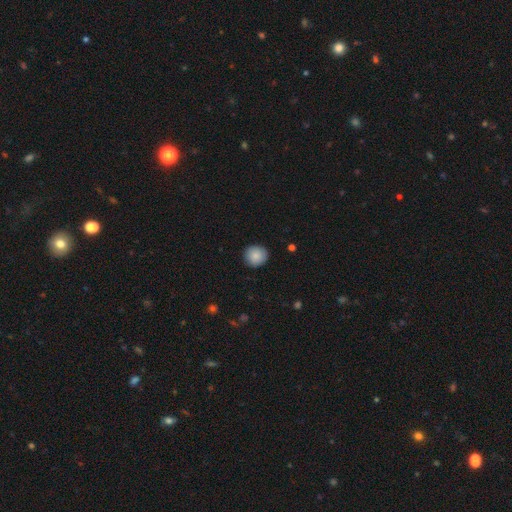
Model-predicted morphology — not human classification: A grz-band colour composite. It shows a smooth galaxy with no disk features (87%) that is round (91%). Merging: none (89%).